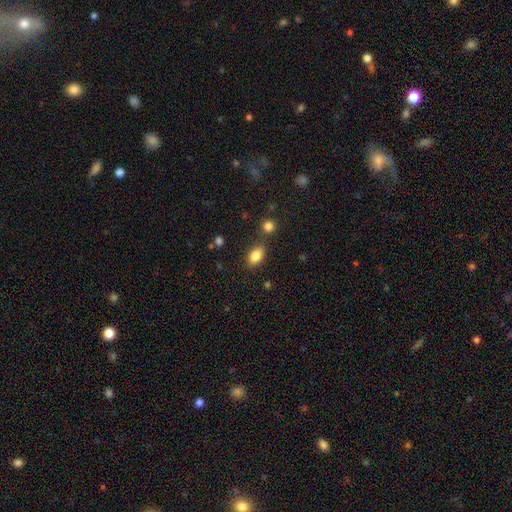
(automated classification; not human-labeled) This appears to be a smooth galaxy with no disk features (84%) that is in between round and cigar-shaped (84%). Merging: none (75%).